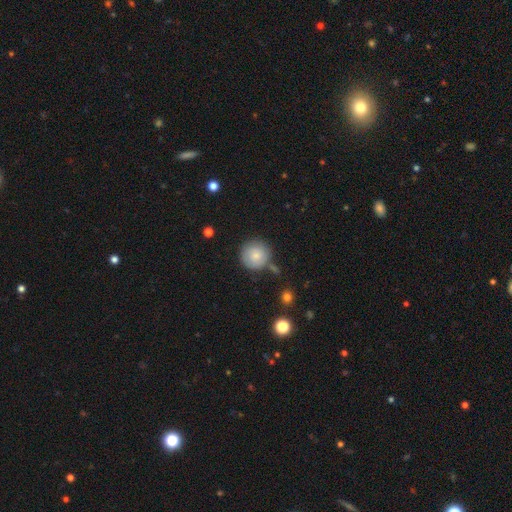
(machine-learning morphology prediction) Smooth or featured? smooth (76%)
How rounded? round (94%)
Merging? none (74%)